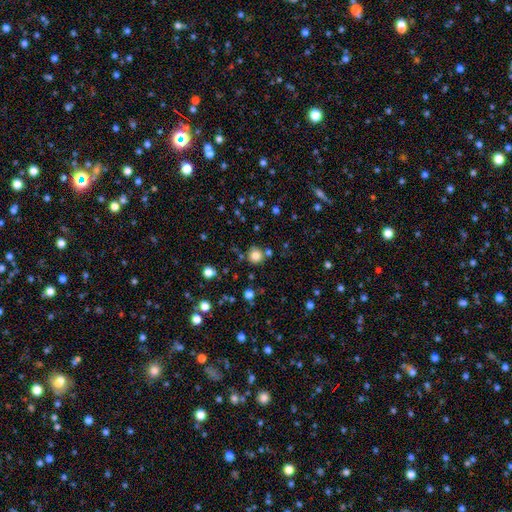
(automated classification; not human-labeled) Smooth or featured? Predicted: smooth (p=0.82). How rounded? Predicted: round (p=0.93). Merging? Predicted: none (p=0.80).